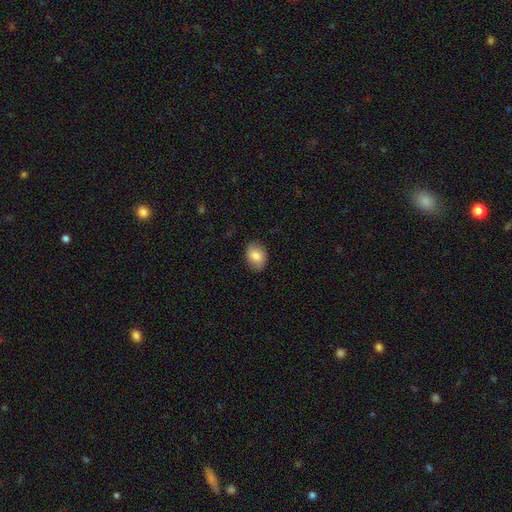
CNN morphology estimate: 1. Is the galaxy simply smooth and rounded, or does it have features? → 84% smooth, 8% featured or disk, 7% star or artifact.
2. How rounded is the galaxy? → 67% in between, 32% round, 1% cigar-shaped.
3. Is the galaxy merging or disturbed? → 85% none, 12% minor disturbance, 3% major disturbance, 1% merger.